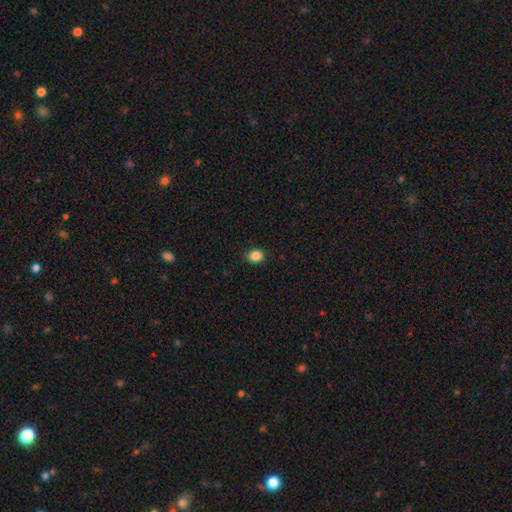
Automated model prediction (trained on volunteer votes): Smooth or featured? smooth (86%)
How rounded? round (64%)
Merging? none (89%)